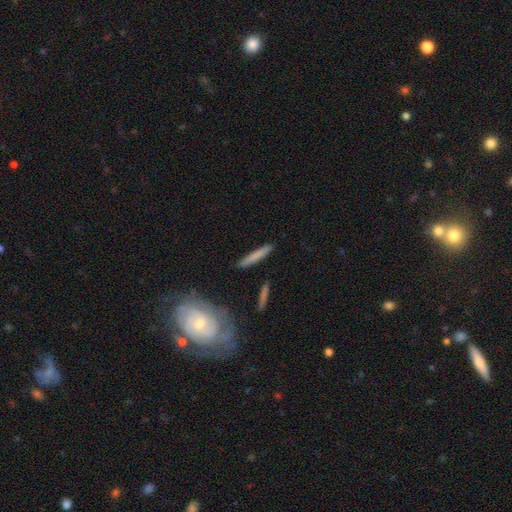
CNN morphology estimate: smooth_or_featured: smooth (p=0.69) [alt: featured or disk p=0.24]
how_rounded: cigar-shaped (p=0.93) [alt: in between p=0.05]
merging: none (p=0.87) [alt: minor disturbance p=0.08]